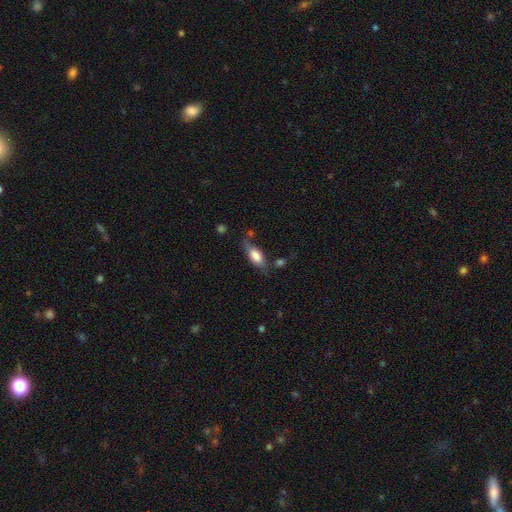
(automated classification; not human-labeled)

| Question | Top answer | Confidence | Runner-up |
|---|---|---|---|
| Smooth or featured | smooth | 72% | featured or disk (21%) |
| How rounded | in between | 78% | cigar-shaped (19%) |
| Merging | none | 59% | minor disturbance (25%) |